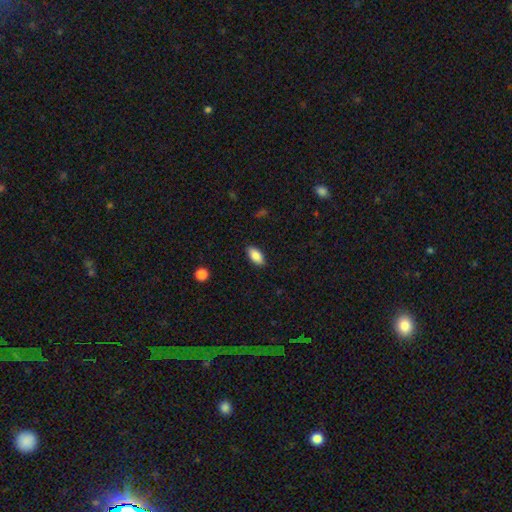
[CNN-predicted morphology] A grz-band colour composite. It shows a smooth galaxy with no disk features (86%) that is in between round and cigar-shaped (90%). Merging: none (87%).